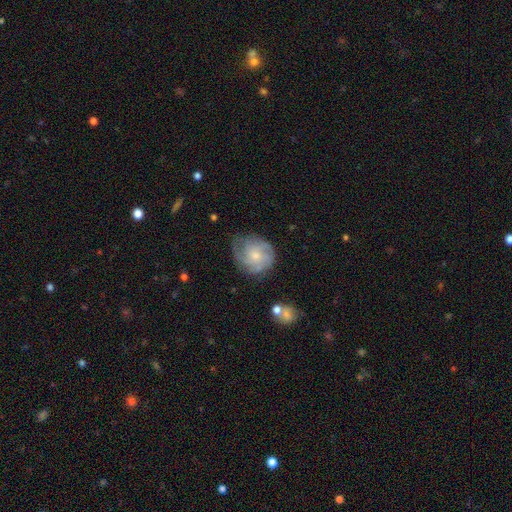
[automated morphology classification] smooth-or-featured: featured or disk: 64% | smooth: 28% | star or artifact: 8%
  disk-edge-on: no: 98% | yes: 2%
    bar: no: 76% | weak: 22% | strong: 2%
    has-spiral-arms: yes: 89% | no: 11%
      spiral-winding: tight: 47% | medium: 39% | loose: 14%
      spiral-arm-count: can't tell: 33% | 3: 24% | 4: 21% | 2: 10% | more than 4: 7% | 1: 6%
    bulge-size: small: 50% | moderate: 39% | none: 6% | large: 3% | dominant: 1%
  merging: none: 68% | minor disturbance: 21% | major disturbance: 9% | merger: 2%